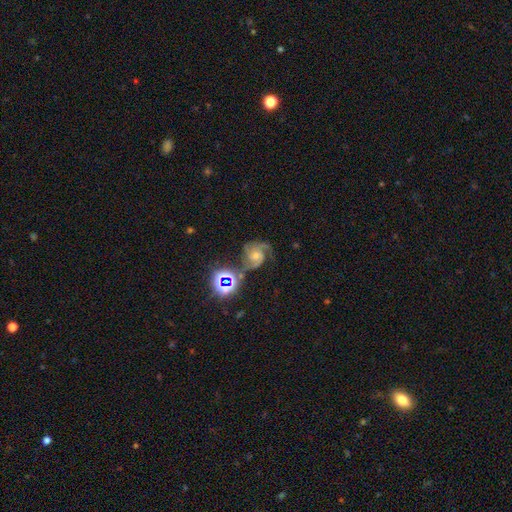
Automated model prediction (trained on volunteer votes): Overall: featured or disk (78%). Edge-on disk: no (98%). Bar: no (59%; weak 31%). Spiral arms: yes (98%). Spiral arm count: 2 (64%). Spiral winding: medium (53%; tight 37%). Bulge size: moderate (53%; small 39%). Merging: none (67%).